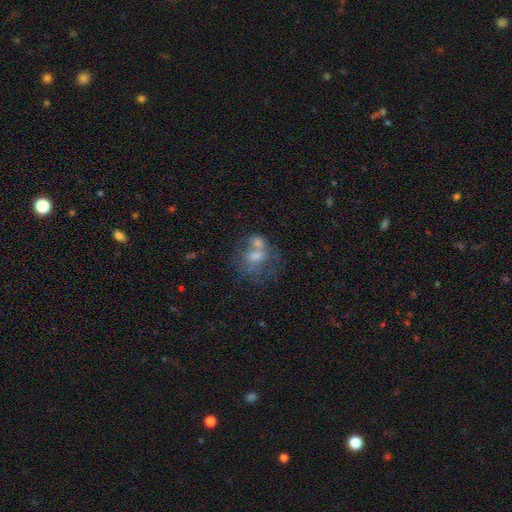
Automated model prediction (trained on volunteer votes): smooth_or_featured: smooth (p=0.45) [alt: featured or disk p=0.39]
merging: merger (p=0.43) [alt: none p=0.32]